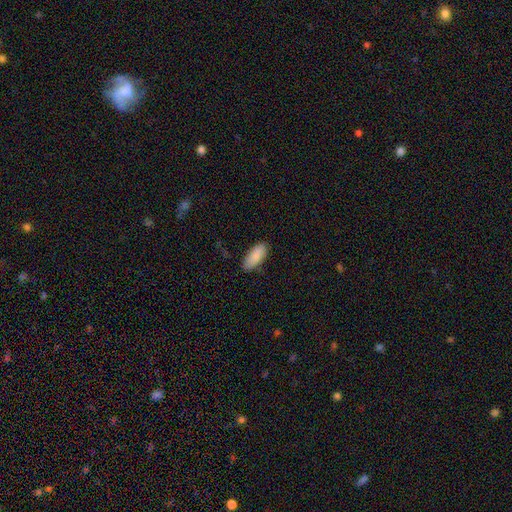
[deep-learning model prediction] A smooth galaxy with no disk features (87%) that is in between round and cigar-shaped (83%).

Vote fractions:
- Smooth or featured? smooth: 87% / featured or disk: 7% / star or artifact: 6%
- How rounded? in between: 83% / cigar-shaped: 15% / round: 2%
- Merging? none: 83% / minor disturbance: 13% / major disturbance: 2% / merger: 1%